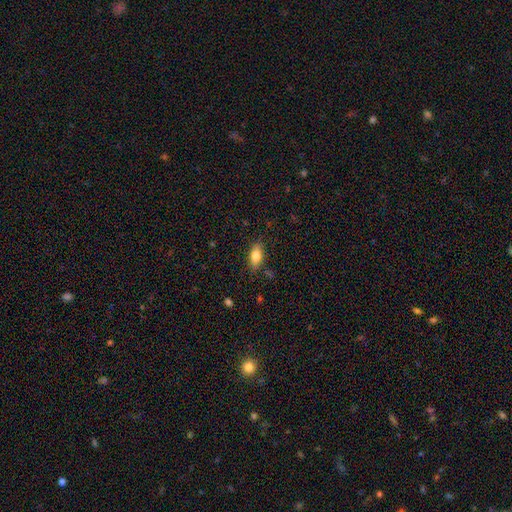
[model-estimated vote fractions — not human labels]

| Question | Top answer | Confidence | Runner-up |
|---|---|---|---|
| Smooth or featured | smooth | 78% | featured or disk (14%) |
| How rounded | in between | 85% | cigar-shaped (11%) |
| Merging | none | 83% | minor disturbance (13%) |